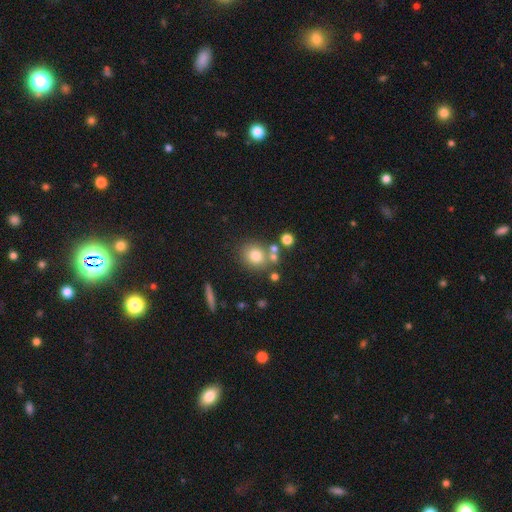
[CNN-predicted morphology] Q: Smooth or featured?
A: smooth (75%); runner-up: star or artifact (13%)
Q: How rounded?
A: round (81%); runner-up: in between (18%)
Q: Merging?
A: none (69%); runner-up: merger (16%)